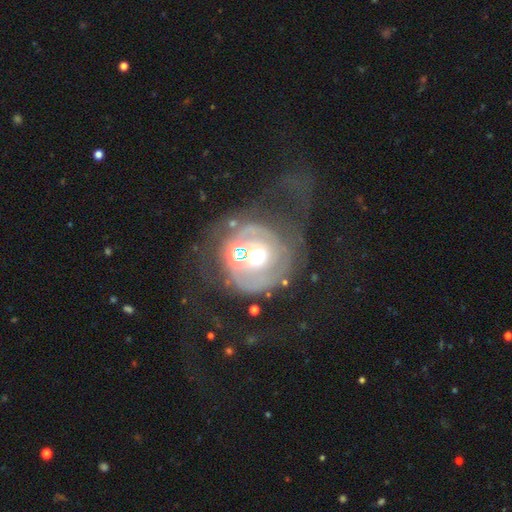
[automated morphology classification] Q: Smooth or featured?
A: featured or disk (64%); runner-up: smooth (24%)
Q: Edge-on disk?
A: no (97%); runner-up: yes (3%)
Q: Bar?
A: no (81%); runner-up: weak (13%)
Q: Spiral arms?
A: yes (51%); runner-up: no (49%)
Q: Bulge size?
A: moderate (58%); runner-up: large (23%)
Q: Merging?
A: none (38%); runner-up: major disturbance (32%)